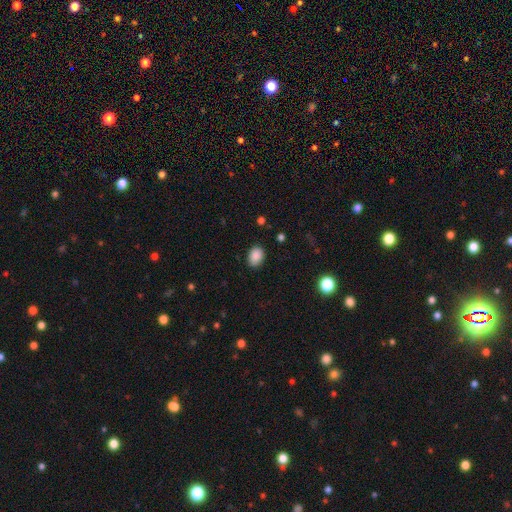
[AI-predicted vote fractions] A smooth galaxy with no disk features (88%) that is in between round and cigar-shaped (72%).

Vote fractions:
- Smooth or featured? smooth: 88% / star or artifact: 9% / featured or disk: 3%
- How rounded? in between: 72% / round: 27% / cigar-shaped: 1%
- Merging? none: 85% / minor disturbance: 11% / major disturbance: 3% / merger: 1%